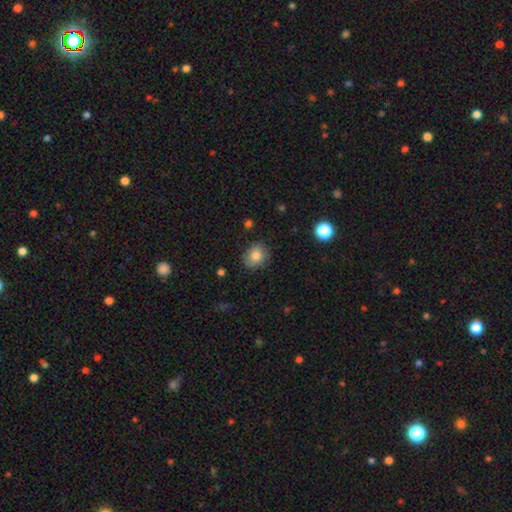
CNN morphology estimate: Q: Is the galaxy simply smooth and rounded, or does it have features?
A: smooth — 81%.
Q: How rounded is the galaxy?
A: round — 62%.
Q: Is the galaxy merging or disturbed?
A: none — 79%.